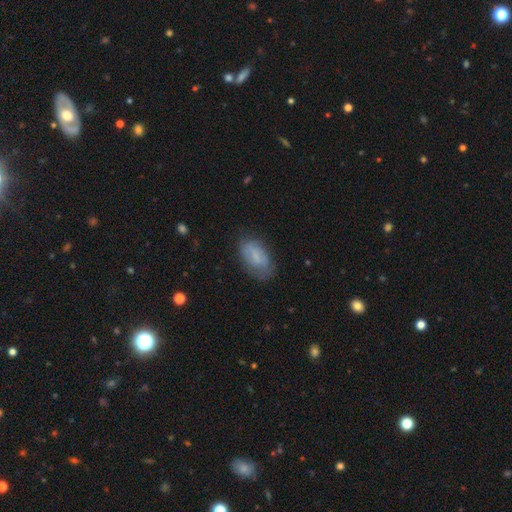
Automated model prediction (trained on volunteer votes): A smooth galaxy with no disk features (70%) that is in between round and cigar-shaped (92%). Merging: none (68%).